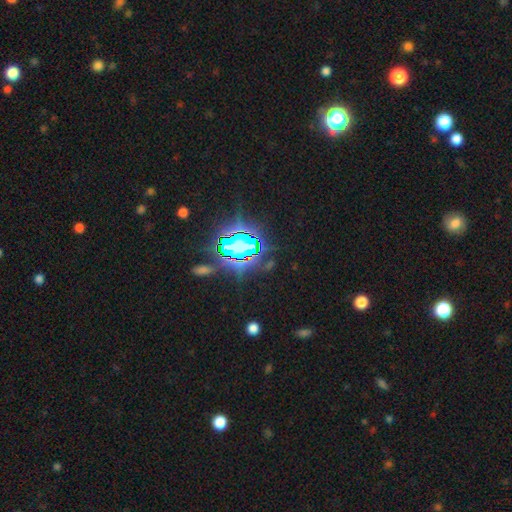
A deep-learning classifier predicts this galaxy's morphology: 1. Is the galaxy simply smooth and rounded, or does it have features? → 81% star or artifact, 12% smooth, 7% featured or disk.